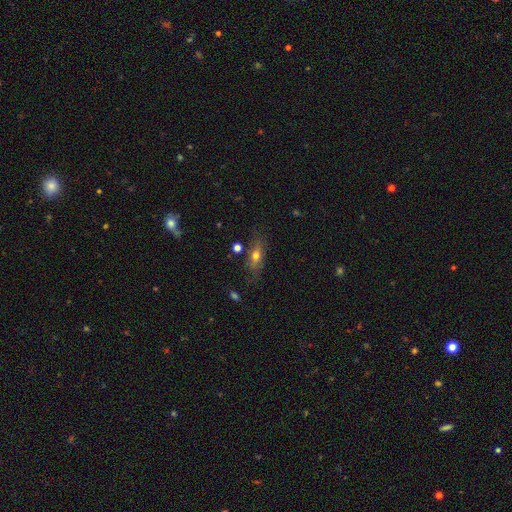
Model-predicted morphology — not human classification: smooth-or-featured: smooth: 58% | featured or disk: 32% | star or artifact: 10%
  how-rounded: in between: 67% | cigar-shaped: 25% | round: 8%
  merging: none: 68% | minor disturbance: 20% | major disturbance: 8% | merger: 5%